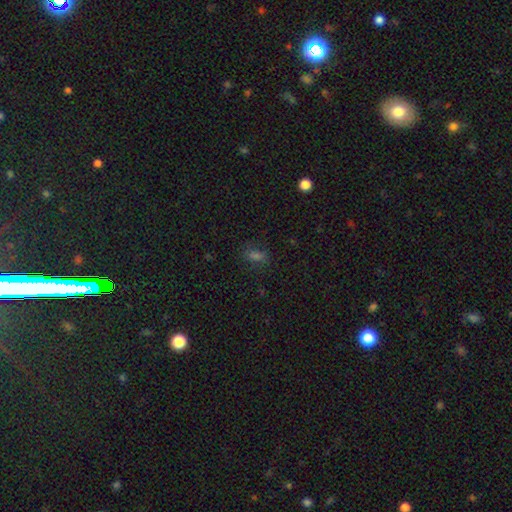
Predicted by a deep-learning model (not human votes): Smooth or featured? Predicted: smooth (p=0.61). How rounded? Predicted: in between (p=0.78). Merging? Predicted: none (p=0.75).